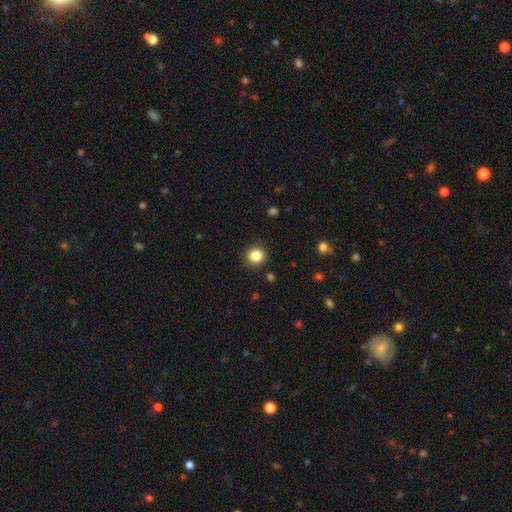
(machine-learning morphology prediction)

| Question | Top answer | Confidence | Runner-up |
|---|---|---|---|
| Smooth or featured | smooth | 84% | star or artifact (11%) |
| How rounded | round | 90% | in between (9%) |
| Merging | none | 91% | minor disturbance (6%) |